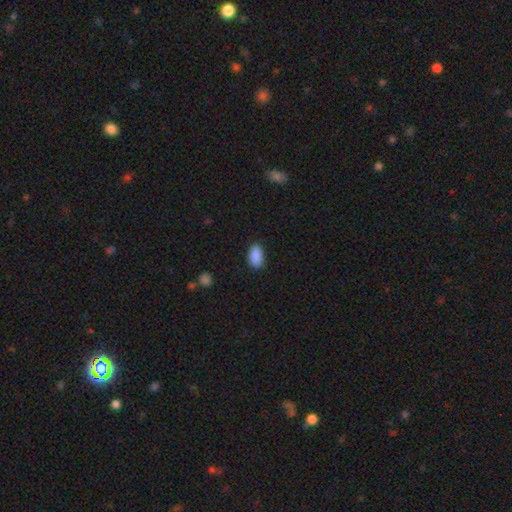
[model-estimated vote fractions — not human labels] Overall: smooth (90%). How rounded: in between (93%). Merging: none (84%).